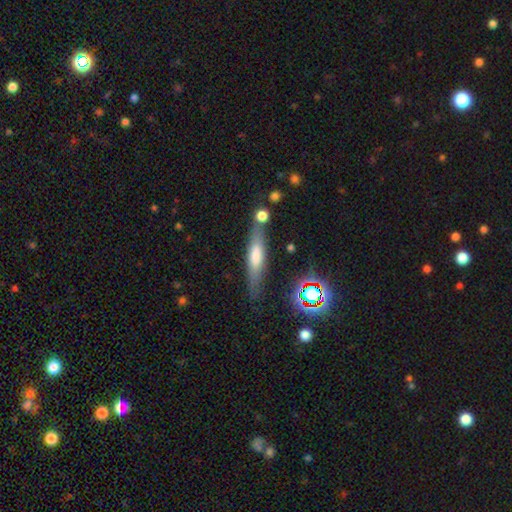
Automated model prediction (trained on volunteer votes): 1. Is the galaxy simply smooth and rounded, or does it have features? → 48% smooth, 41% featured or disk, 10% star or artifact.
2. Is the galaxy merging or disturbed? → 72% none, 15% minor disturbance, 8% merger, 4% major disturbance.